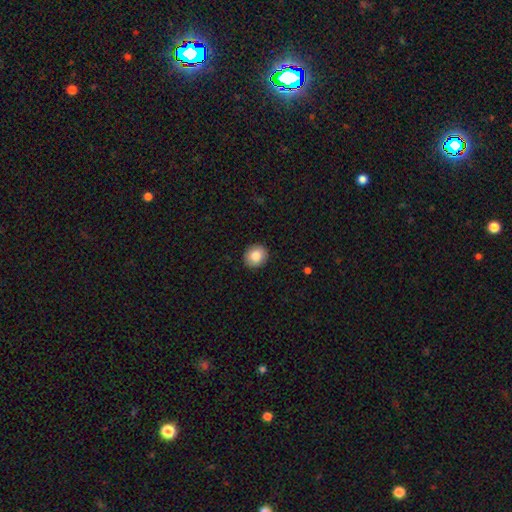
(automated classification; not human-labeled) This appears to be a smooth galaxy with no disk features (85%) that is round (80%). Merging: none (91%).